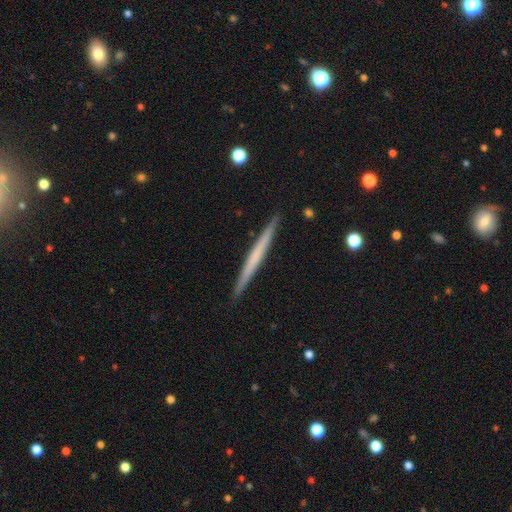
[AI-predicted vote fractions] This appears to be a featured or disk galaxy (52%) viewed edge-on (98%) with no central bulge (88%). Merging: none (93%).